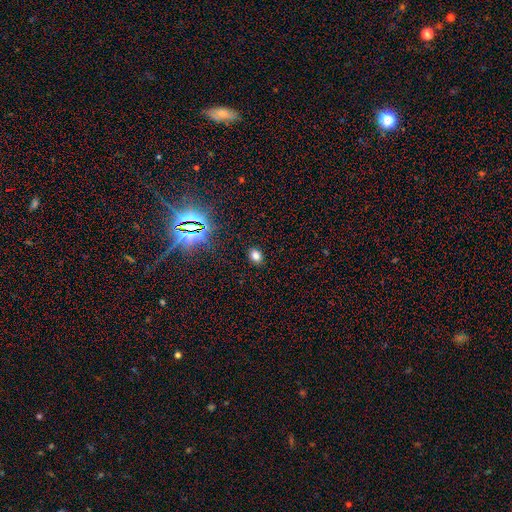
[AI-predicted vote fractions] Smooth or featured? Predicted: smooth (p=0.74). How rounded? Predicted: in between (p=0.55). Merging? Predicted: none (p=0.89).